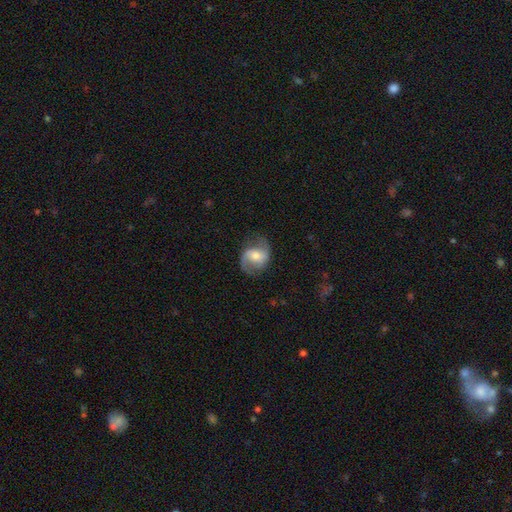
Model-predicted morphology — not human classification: featured or disk 76%, smooth 18%, star or artifact 6%. Down the decision tree: edge-on disk — no (97%); bar — weak (44%); spiral arms — yes (93%); spiral arm count — 2 (89%); spiral winding — medium (47%); bulge size — moderate (58%); merging — none (75%).